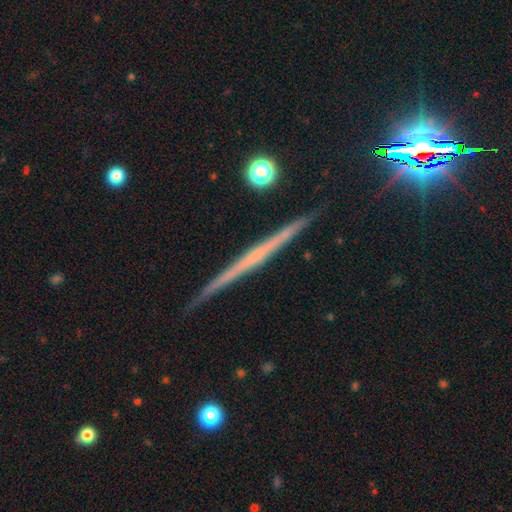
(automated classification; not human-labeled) A featured or disk galaxy (67%) viewed edge-on (98%) with no central bulge (78%).

Vote fractions:
- Smooth or featured? featured or disk: 67% / smooth: 22% / star or artifact: 11%
- Edge-on disk? yes: 98% / no: 2%
- Edge-on bulge? none: 78% / rounded: 15% / boxy: 7%
- Merging? none: 91% / minor disturbance: 6% / major disturbance: 1% / merger: 1%